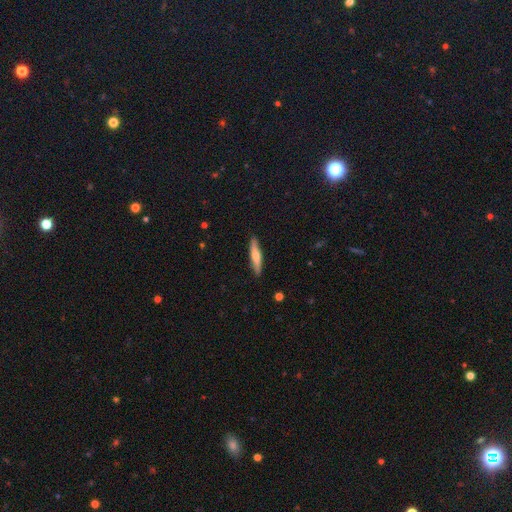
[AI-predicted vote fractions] Overall: smooth (54%; featured or disk 40%). How rounded: cigar-shaped (87%). Merging: none (88%).